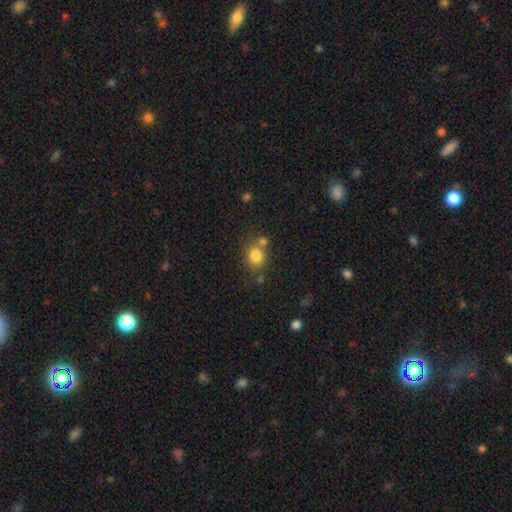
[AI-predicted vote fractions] smooth 81%, star or artifact 11%, featured or disk 8%. Down the decision tree: how rounded — round (76%); merging — none (61%).